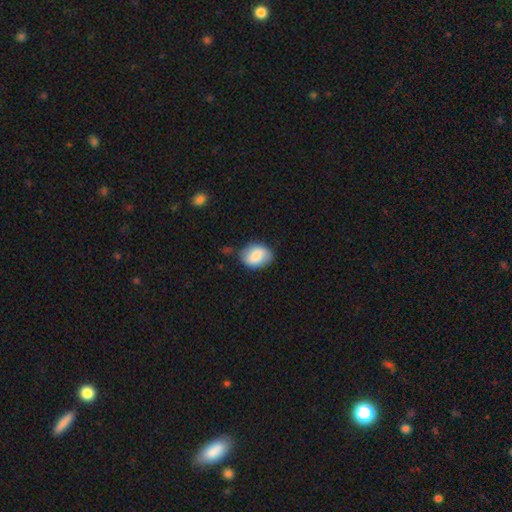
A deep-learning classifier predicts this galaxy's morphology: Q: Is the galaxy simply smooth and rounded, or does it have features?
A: smooth — 76%.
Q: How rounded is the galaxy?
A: in between — 65%.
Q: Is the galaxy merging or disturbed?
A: none — 72%.